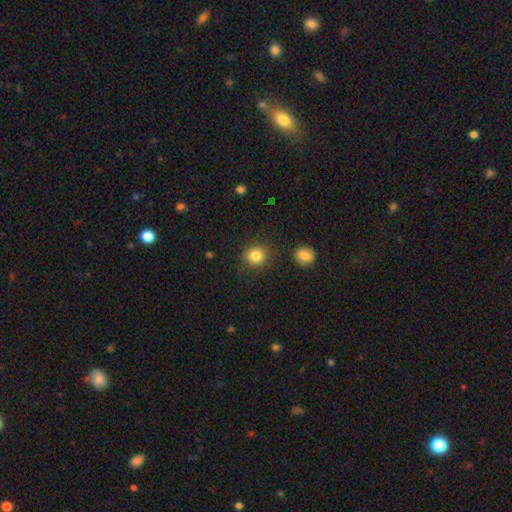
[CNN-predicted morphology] smooth 84%, star or artifact 11%, featured or disk 5%. Down the decision tree: how rounded — round (87%); merging — none (85%).